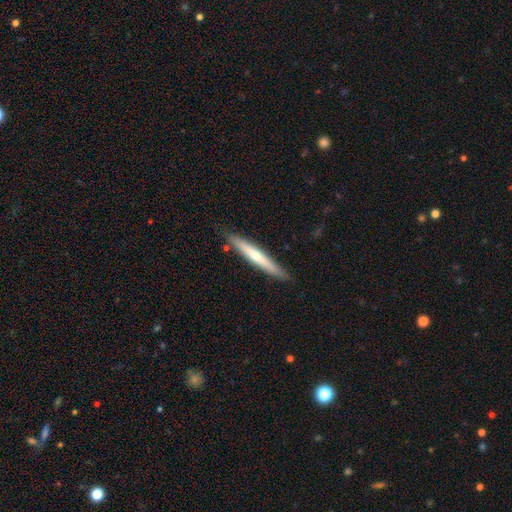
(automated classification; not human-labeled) Smooth or featured?
  - smooth: 49% *
  - featured or disk: 45%
  - star or artifact: 5%
Merging?
  - none: 88% *
  - minor disturbance: 9%
  - major disturbance: 1%
  - merger: 1%